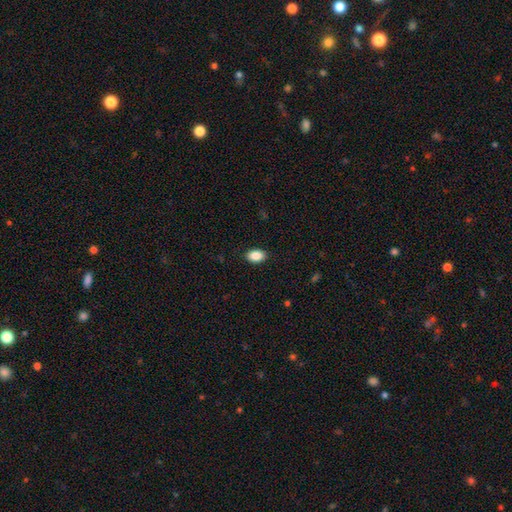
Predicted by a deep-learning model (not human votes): Smooth or featured? smooth (89%)
How rounded? in between (89%)
Merging? none (89%)